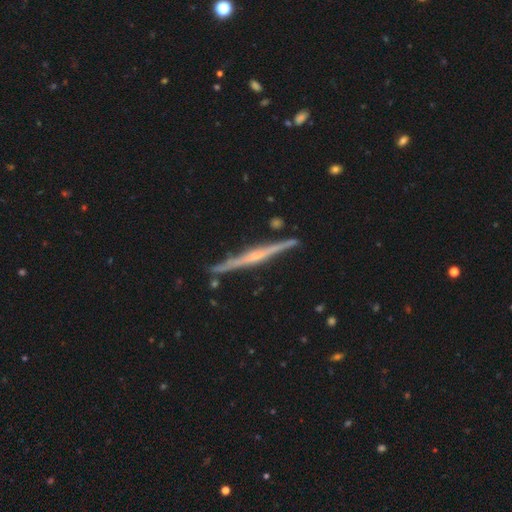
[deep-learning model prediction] smooth-or-featured: featured or disk: 80% | smooth: 14% | star or artifact: 5%
  disk-edge-on: yes: 98% | no: 2%
    edge-on-bulge: rounded: 55% | none: 28% | boxy: 17%
  merging: none: 88% | minor disturbance: 8% | merger: 2% | major disturbance: 2%